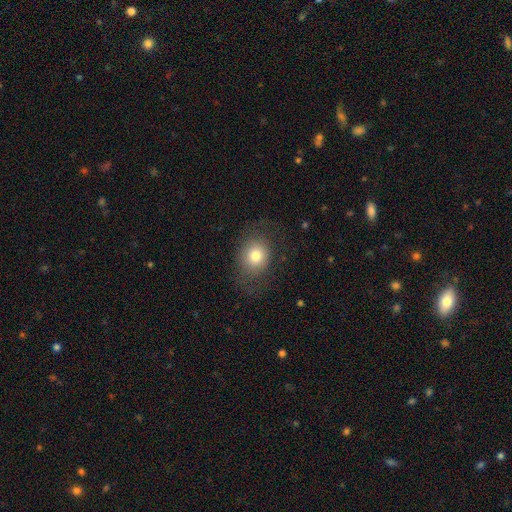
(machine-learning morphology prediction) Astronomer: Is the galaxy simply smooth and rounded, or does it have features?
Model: smooth — 76%.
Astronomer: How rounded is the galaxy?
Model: round — 65%.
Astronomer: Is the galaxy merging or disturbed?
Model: none — 72%.